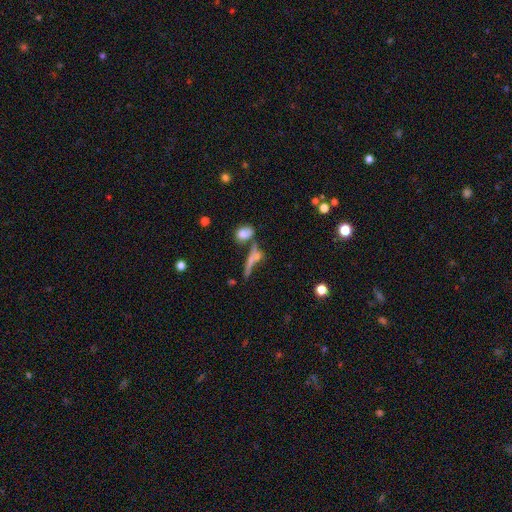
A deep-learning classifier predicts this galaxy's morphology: type=smooth (50%); roundness=cigar-shaped (68%); merging=none (45%).